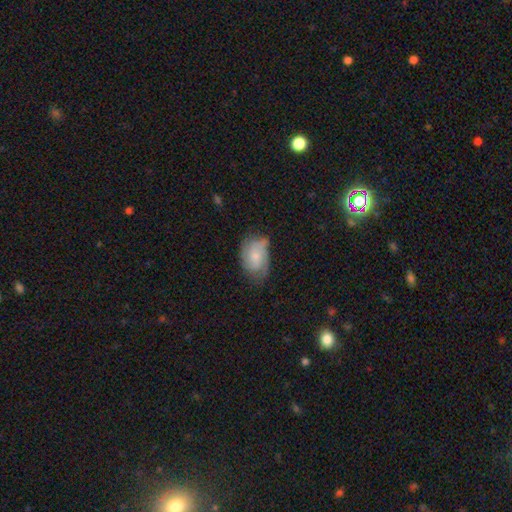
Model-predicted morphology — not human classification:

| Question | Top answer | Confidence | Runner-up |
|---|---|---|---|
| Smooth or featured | featured or disk | 56% | smooth (36%) |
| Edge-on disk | no | 97% | yes (3%) |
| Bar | no | 69% | weak (27%) |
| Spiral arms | yes | 87% | no (13%) |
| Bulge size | small | 49% | moderate (38%) |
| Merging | none | 54% | minor disturbance (31%) |